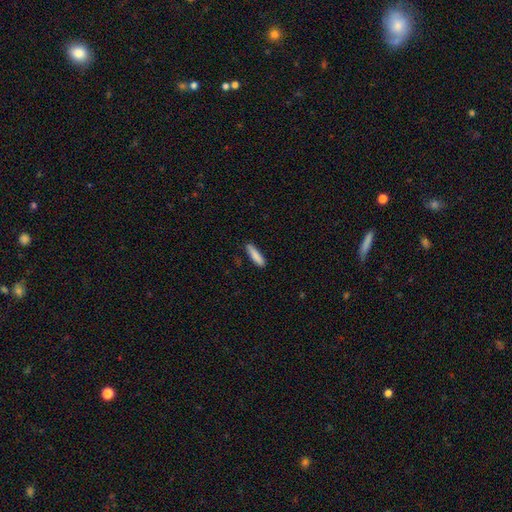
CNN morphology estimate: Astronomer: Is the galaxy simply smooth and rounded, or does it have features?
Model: smooth — 87%.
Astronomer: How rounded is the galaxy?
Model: cigar-shaped — 80%.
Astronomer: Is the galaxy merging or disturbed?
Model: none — 87%.